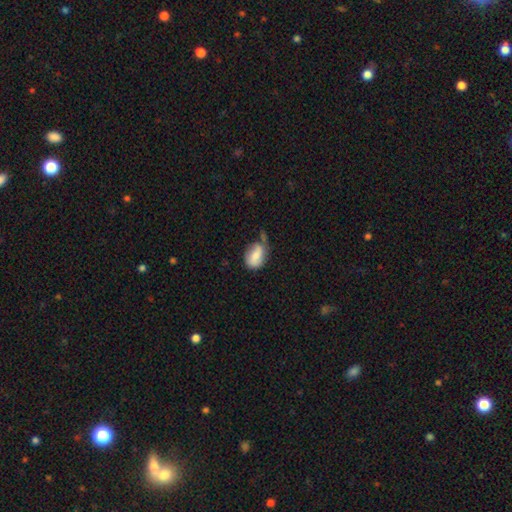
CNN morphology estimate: Q: Smooth or featured?
A: smooth (66%); runner-up: featured or disk (27%)
Q: How rounded?
A: in between (78%); runner-up: round (21%)
Q: Merging?
A: none (40%); runner-up: minor disturbance (37%)